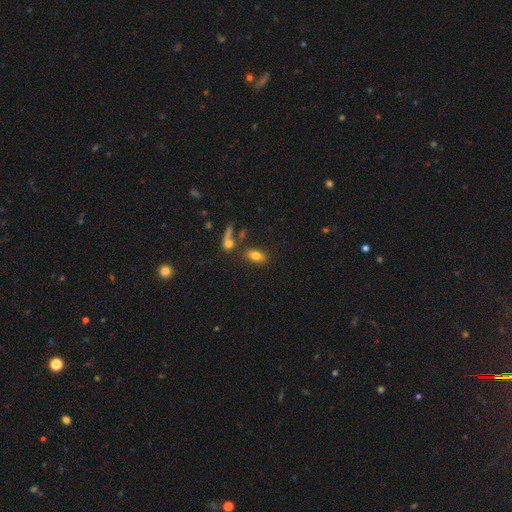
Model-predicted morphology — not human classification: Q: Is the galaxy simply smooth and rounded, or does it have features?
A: smooth — 78%.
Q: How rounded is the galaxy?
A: in between — 85%.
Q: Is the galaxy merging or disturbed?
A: none — 69%.